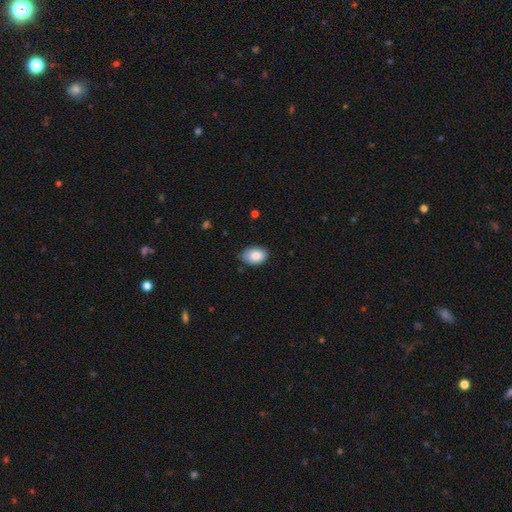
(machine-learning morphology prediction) This appears to be a smooth galaxy with no disk features (86%) that is in between round and cigar-shaped (87%). Merging: none (73%).